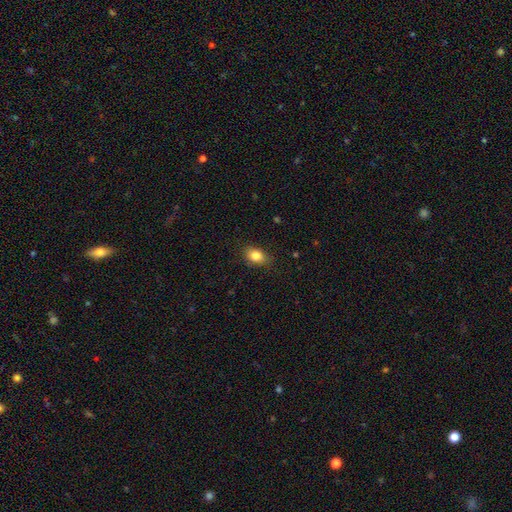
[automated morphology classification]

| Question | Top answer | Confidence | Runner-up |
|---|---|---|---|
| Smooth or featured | smooth | 84% | star or artifact (9%) |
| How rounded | in between | 75% | round (23%) |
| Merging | none | 83% | minor disturbance (13%) |